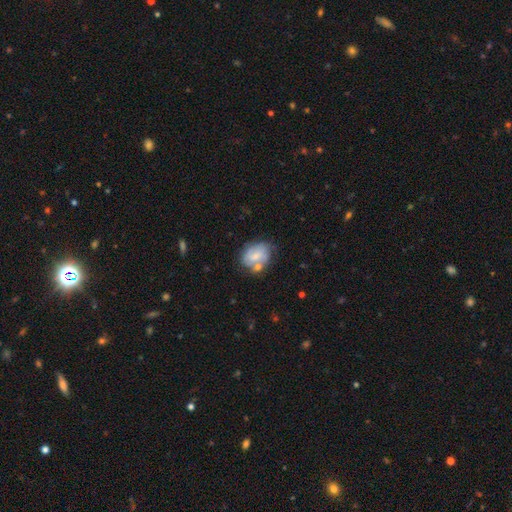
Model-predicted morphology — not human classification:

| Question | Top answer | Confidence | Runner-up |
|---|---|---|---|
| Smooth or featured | smooth | 56% | featured or disk (36%) |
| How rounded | in between | 57% | round (42%) |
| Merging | none | 45% | minor disturbance (24%) |